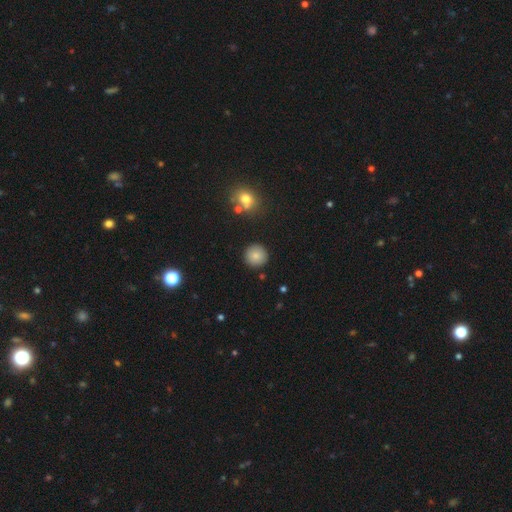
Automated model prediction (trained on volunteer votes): smooth_or_featured: smooth (p=0.81) [alt: star or artifact p=0.11]
how_rounded: round (p=0.95) [alt: in between p=0.04]
merging: none (p=0.91) [alt: minor disturbance p=0.06]